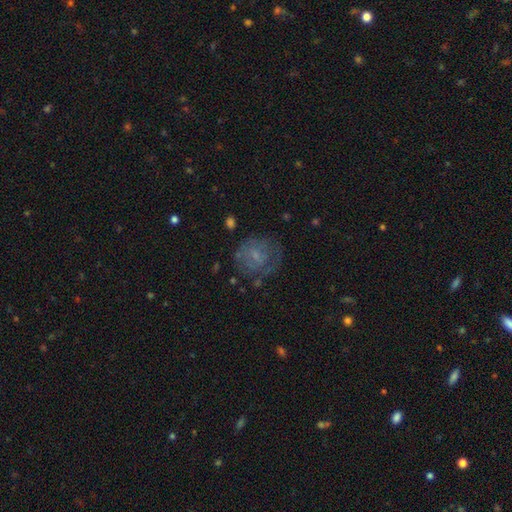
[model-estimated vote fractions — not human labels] featured or disk 46%, smooth 42%, star or artifact 12%. Down the decision tree: merging — none (57%).